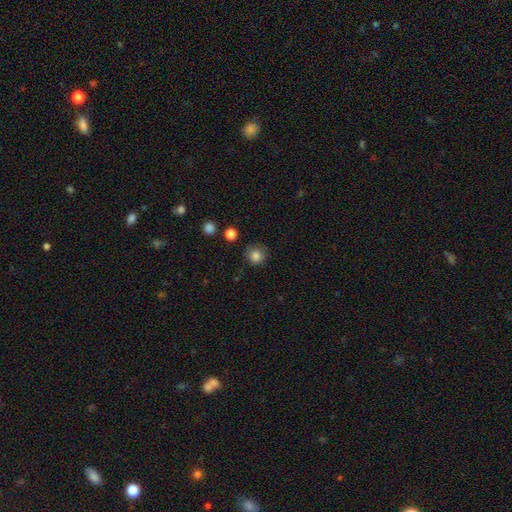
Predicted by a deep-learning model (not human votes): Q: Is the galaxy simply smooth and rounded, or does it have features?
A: smooth — 83%.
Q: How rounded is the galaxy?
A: round — 90%.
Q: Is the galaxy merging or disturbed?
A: none — 78%.